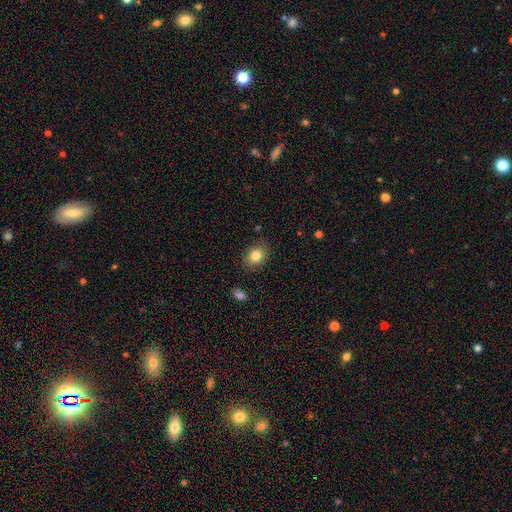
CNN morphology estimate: A smooth galaxy with no disk features (83%) that is in between round and cigar-shaped (56%). Merging: none (84%).